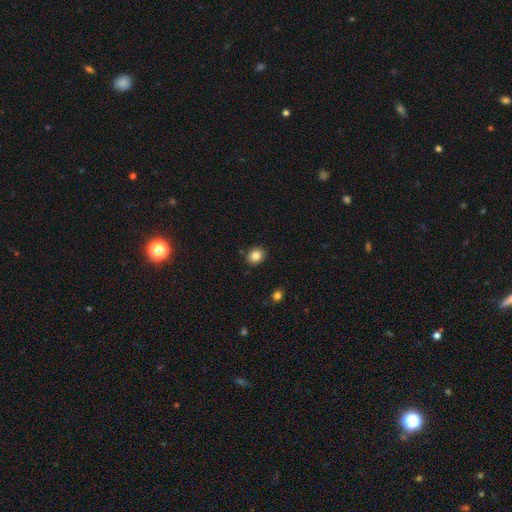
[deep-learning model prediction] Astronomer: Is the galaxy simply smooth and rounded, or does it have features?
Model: smooth — 85%.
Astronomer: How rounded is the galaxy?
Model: round — 63%.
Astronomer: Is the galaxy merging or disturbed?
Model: none — 88%.